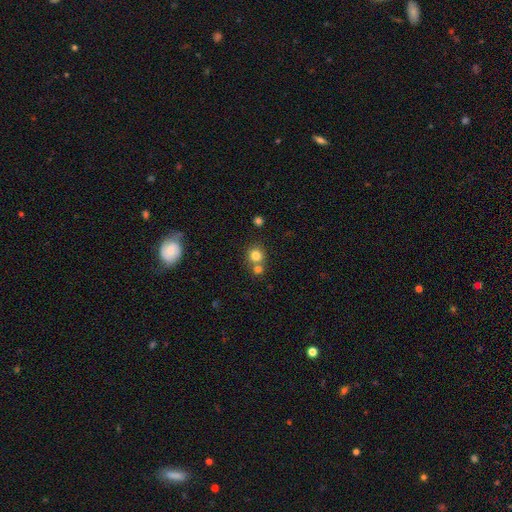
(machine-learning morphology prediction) smooth_or_featured: smooth (p=0.79) [alt: star or artifact p=0.12]
how_rounded: round (p=0.88) [alt: in between p=0.11]
merging: none (p=0.54) [alt: merger p=0.36]